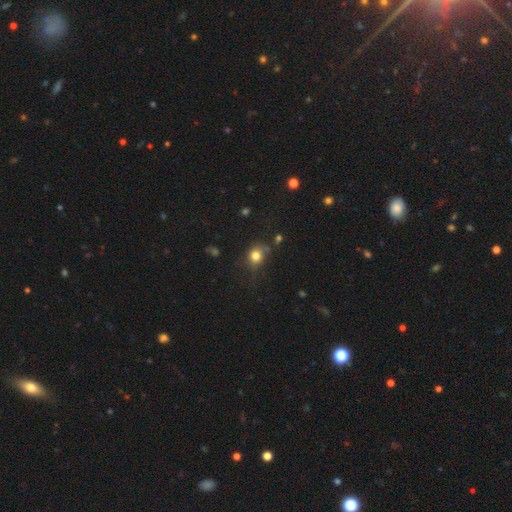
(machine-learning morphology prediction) Smooth or featured? Predicted: smooth (p=0.79). How rounded? Predicted: round (p=0.71). Merging? Predicted: none (p=0.65).